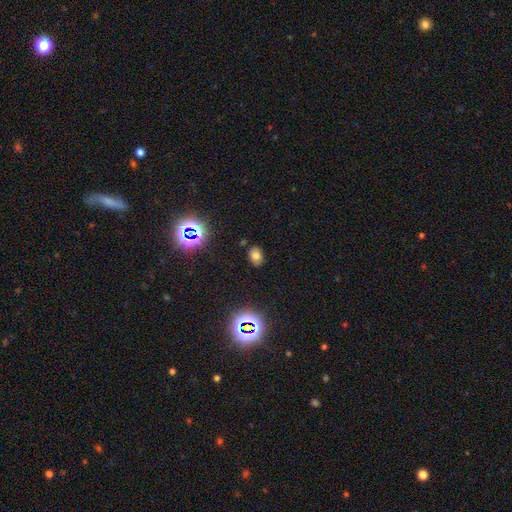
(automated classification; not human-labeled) The model was most divided on "how rounded": in between: 69%, round: 30%, cigar-shaped: 1%. More confident: merging — none (82%); smooth or featured — smooth (66%).